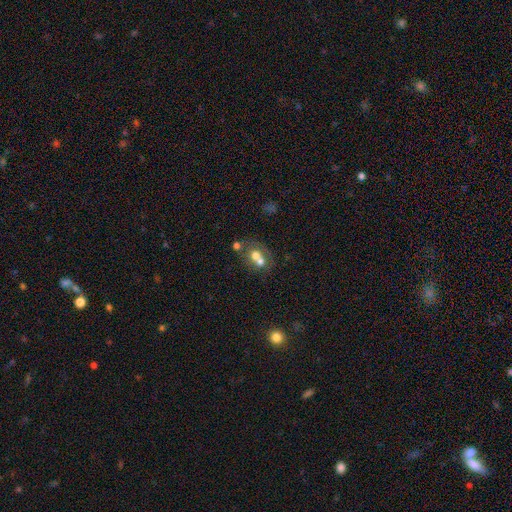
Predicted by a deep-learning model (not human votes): A smooth galaxy with no disk features (56%) that is round (64%).

Vote fractions:
- Smooth or featured? smooth: 56% / featured or disk: 31% / star or artifact: 13%
- How rounded? round: 64% / in between: 35% / cigar-shaped: 1%
- Merging? merger: 57% / none: 30% / minor disturbance: 8% / major disturbance: 5%